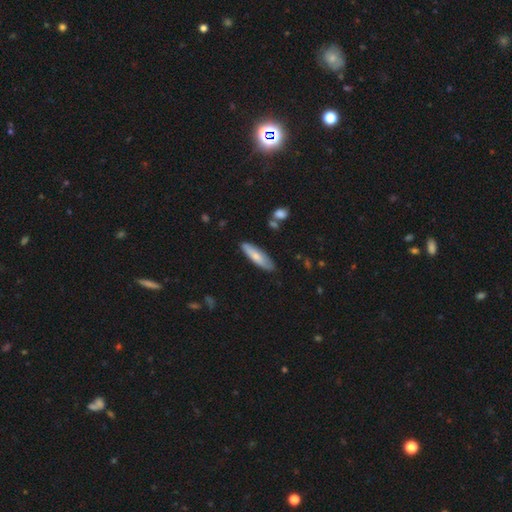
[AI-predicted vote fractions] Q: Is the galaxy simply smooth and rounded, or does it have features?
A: smooth — 71%.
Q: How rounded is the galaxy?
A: cigar-shaped — 63%.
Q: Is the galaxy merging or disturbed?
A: none — 82%.